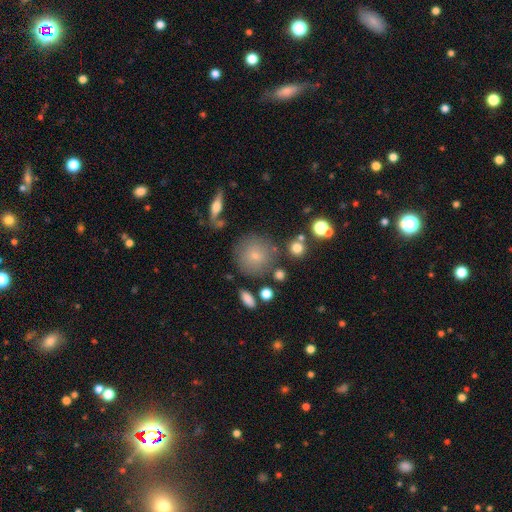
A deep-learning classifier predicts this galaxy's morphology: Smooth or featured?
  - smooth: 71% *
  - featured or disk: 15%
  - star or artifact: 14%
How rounded?
  - round: 93% *
  - in between: 6%
  - cigar-shaped: 1%
Merging?
  - none: 79% *
  - minor disturbance: 12%
  - merger: 5%
  - major disturbance: 4%